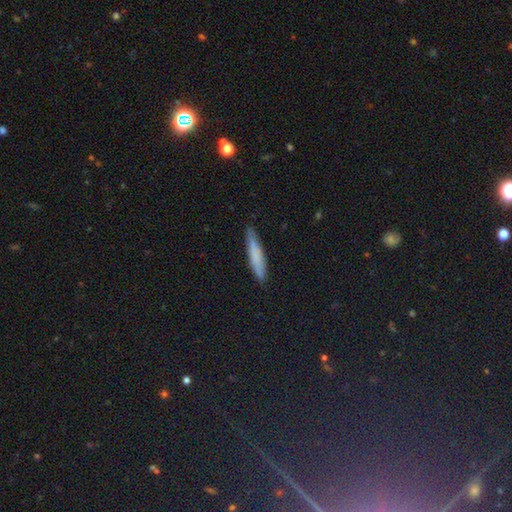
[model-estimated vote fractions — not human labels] Morphology: type=smooth (73%); roundness=cigar-shaped (90%); merging=none (84%).